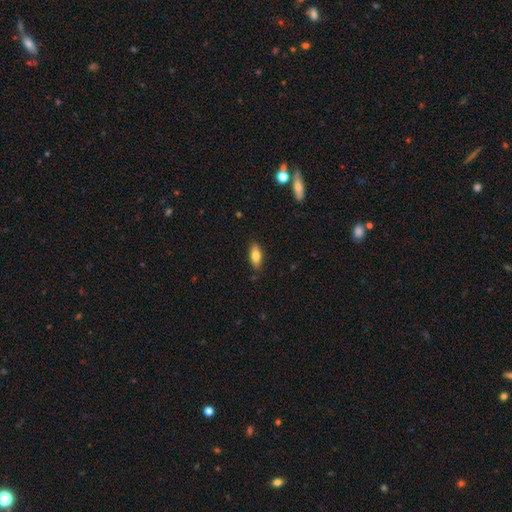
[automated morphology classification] A smooth galaxy with no disk features (74%) that is in between round and cigar-shaped (71%). Merging: none (85%).